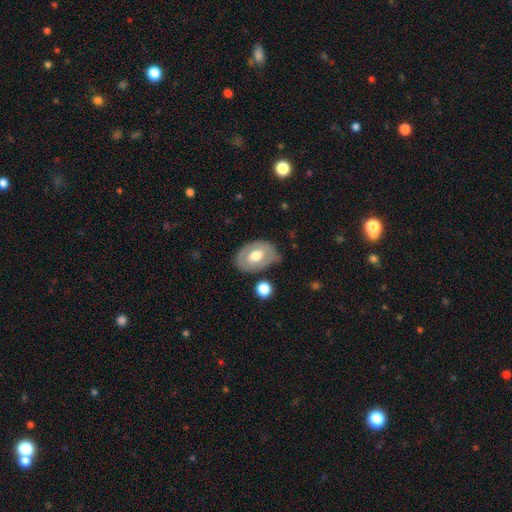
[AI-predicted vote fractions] featured or disk 47% (tied), smooth 47% (tied), star or artifact 6%. Down the decision tree: merging — none (65%).